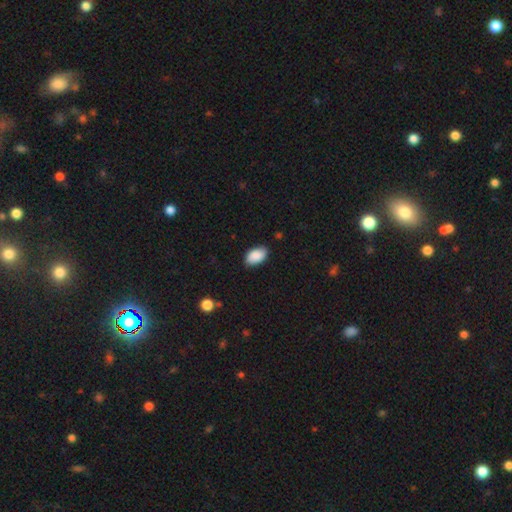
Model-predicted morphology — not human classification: This is clearly a smooth galaxy (89%). How rounded: clearly in between (94%). Merging: clearly none (84%).